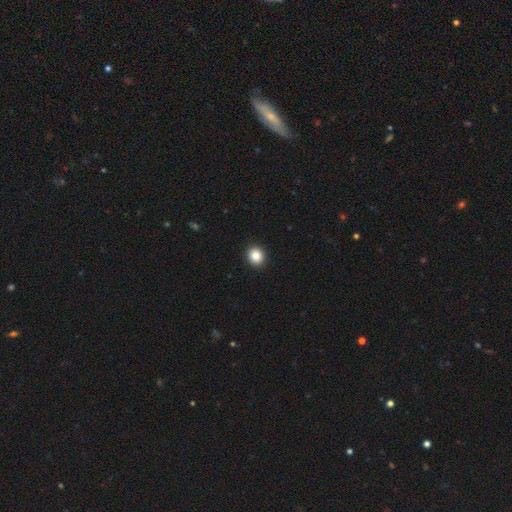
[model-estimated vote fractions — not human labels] Morphology: type=smooth (86%); roundness=round (80%); merging=none (93%).